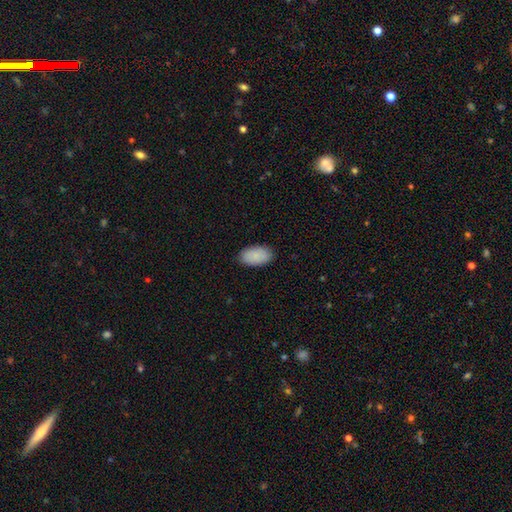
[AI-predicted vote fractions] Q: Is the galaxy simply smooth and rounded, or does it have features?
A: smooth — 89%.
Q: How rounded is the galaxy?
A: in between — 95%.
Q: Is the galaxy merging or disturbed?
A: none — 88%.